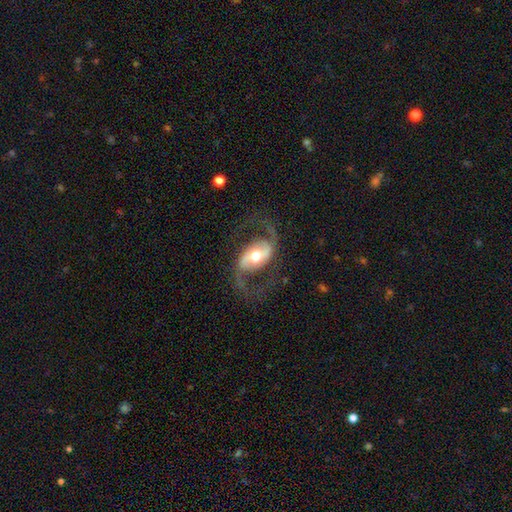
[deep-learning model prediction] A featured or disk galaxy (88%) with a strong bar (36%), 2 (94%) loose (56%) spiral arms (94%) and a moderate central bulge (71%). Merging: none (73%).